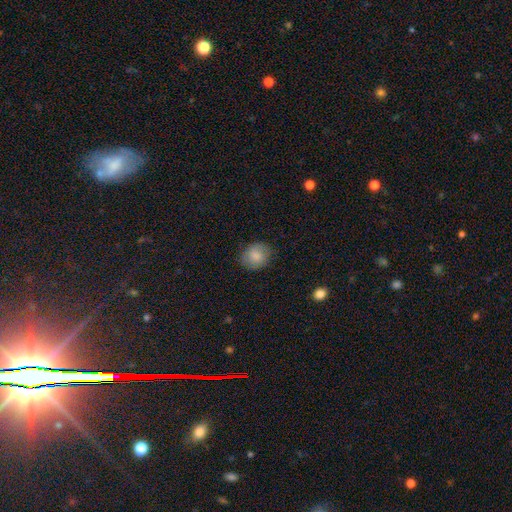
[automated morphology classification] smooth_or_featured: smooth (p=0.83) [alt: featured or disk p=0.09]
how_rounded: round (p=0.66) [alt: in between p=0.33]
merging: none (p=0.82) [alt: minor disturbance p=0.14]